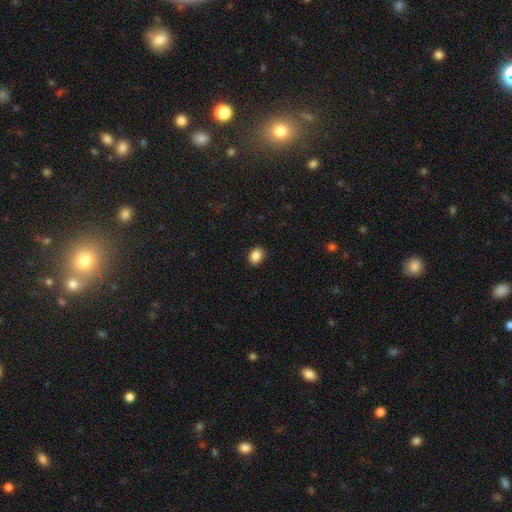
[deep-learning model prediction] The model was most divided on "how rounded": in between: 56%, round: 43%, cigar-shaped: 1%. More confident: merging — none (89%); smooth or featured — smooth (87%).